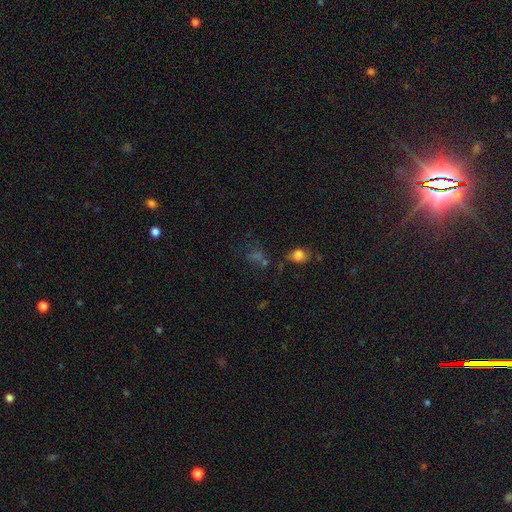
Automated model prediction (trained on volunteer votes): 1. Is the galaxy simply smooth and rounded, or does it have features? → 43% star or artifact, 41% smooth, 16% featured or disk.